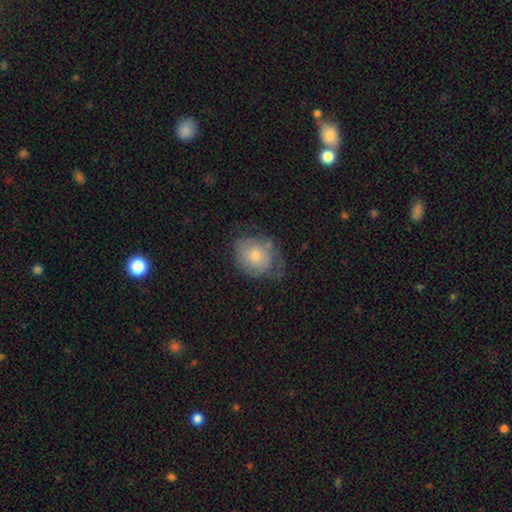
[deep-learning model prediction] Smooth or featured? smooth (62%)
How rounded? round (63%)
Merging? none (47%)